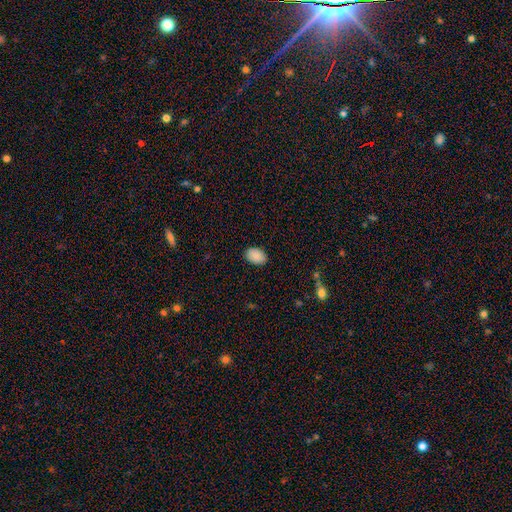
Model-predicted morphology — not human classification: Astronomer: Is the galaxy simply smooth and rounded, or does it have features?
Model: smooth — 90%.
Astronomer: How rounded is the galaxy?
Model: in between — 84%.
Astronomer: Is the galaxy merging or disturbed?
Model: none — 88%.